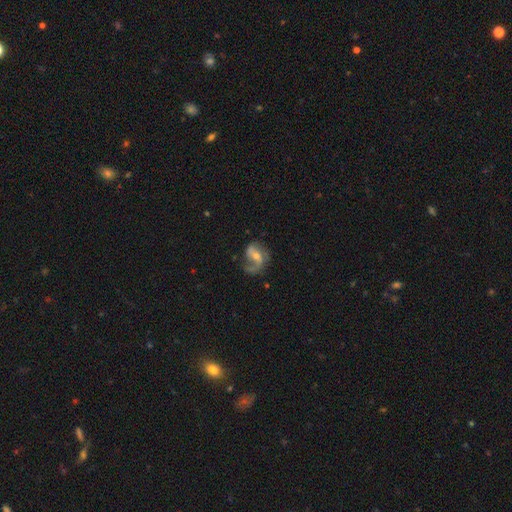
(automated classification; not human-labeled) Morphology: type=featured or disk (78%); edge-on=no (97%); bar=weak (45%); spiral arms=yes (91%); winding=loose (51%); arm count=2 (59%); bulge=moderate (47%); merging=none (52%).